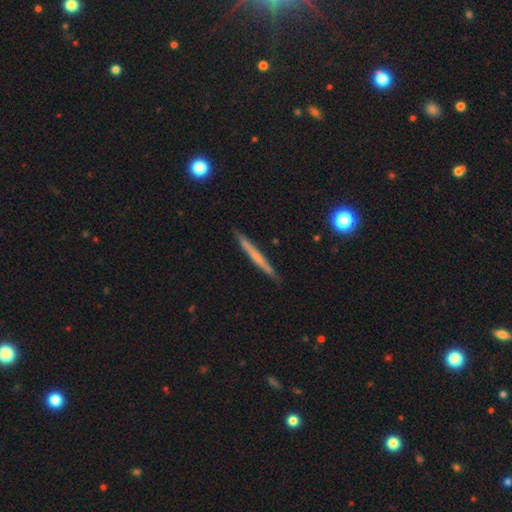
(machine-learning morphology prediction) smooth_or_featured: featured or disk (p=0.47) [alt: smooth p=0.46]
merging: none (p=0.90) [alt: minor disturbance p=0.07]